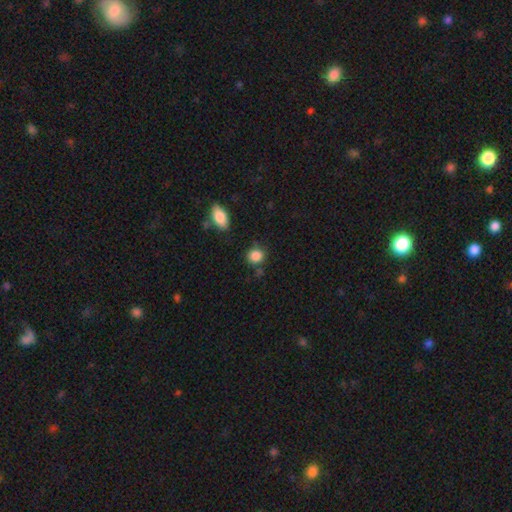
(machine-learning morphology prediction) Smooth or featured? smooth (87%)
How rounded? round (78%)
Merging? none (76%)